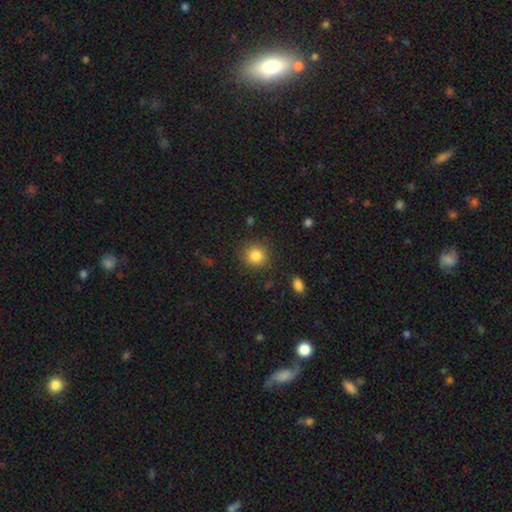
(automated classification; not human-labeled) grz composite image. It shows a smooth galaxy with no disk features (84%) that is round (89%). Merging: none (87%).